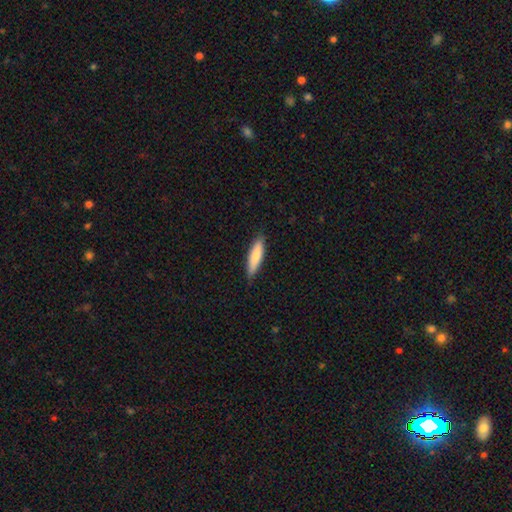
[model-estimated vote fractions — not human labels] smooth_or_featured: smooth (p=0.76) [alt: featured or disk p=0.18]
how_rounded: cigar-shaped (p=0.70) [alt: in between p=0.29]
merging: none (p=0.84) [alt: minor disturbance p=0.13]